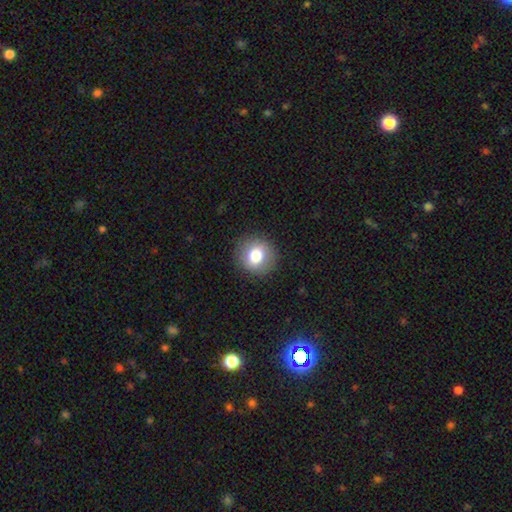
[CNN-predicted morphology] A smooth galaxy with no disk features (77%) that is round (90%). Merging: none (90%).